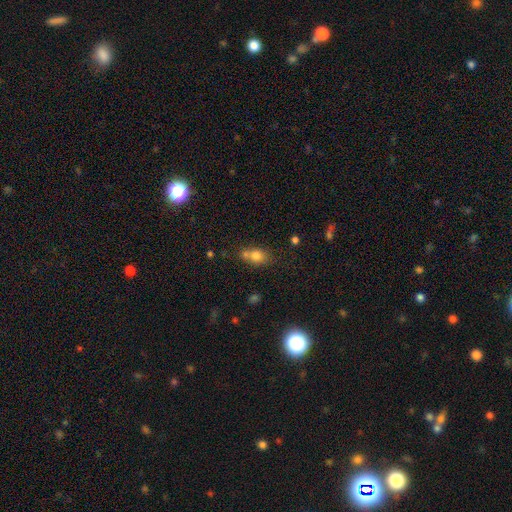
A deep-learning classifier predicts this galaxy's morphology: smooth_or_featured: smooth (p=0.76) [alt: featured or disk p=0.12]
how_rounded: in between (p=0.59) [alt: round p=0.38]
merging: none (p=0.43) [alt: merger p=0.35]